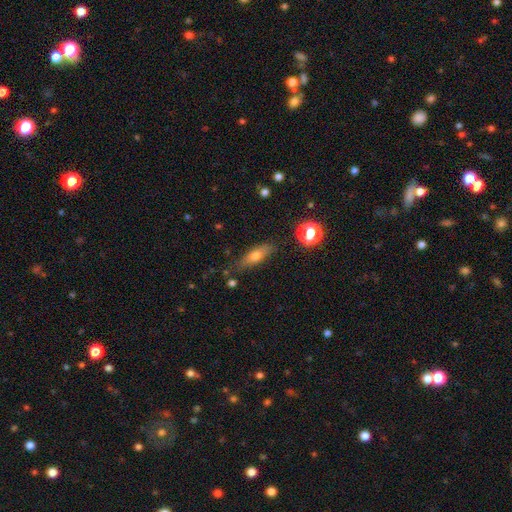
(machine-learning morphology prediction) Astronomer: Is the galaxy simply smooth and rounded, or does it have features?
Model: smooth — 64%.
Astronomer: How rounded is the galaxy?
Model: in between — 53% (runner-up: cigar-shaped, 41%).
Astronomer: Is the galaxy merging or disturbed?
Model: none — 78%.